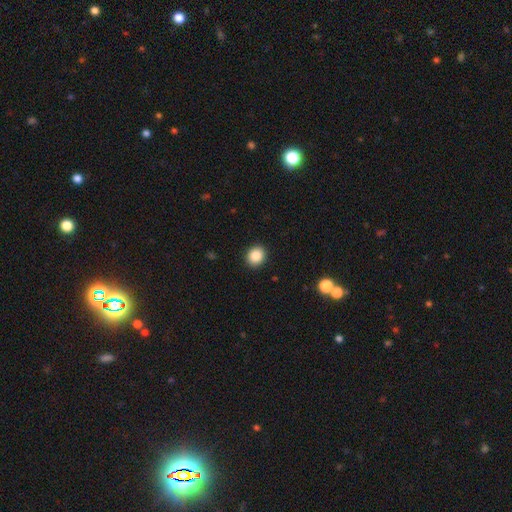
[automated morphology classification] Smooth or featured: smooth — 87% (star or artifact — 9%)
How rounded: round — 78% (in between — 21%)
Merging: none — 92% (minor disturbance — 6%)